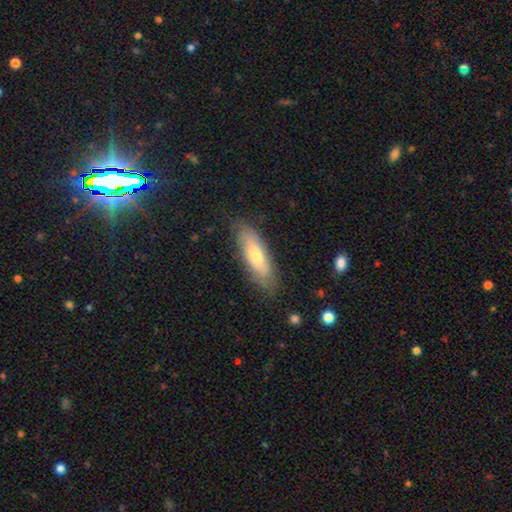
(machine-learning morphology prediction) Smooth or featured? Predicted: smooth (p=0.61). How rounded? Predicted: in between (p=0.56). Merging? Predicted: none (p=0.80).